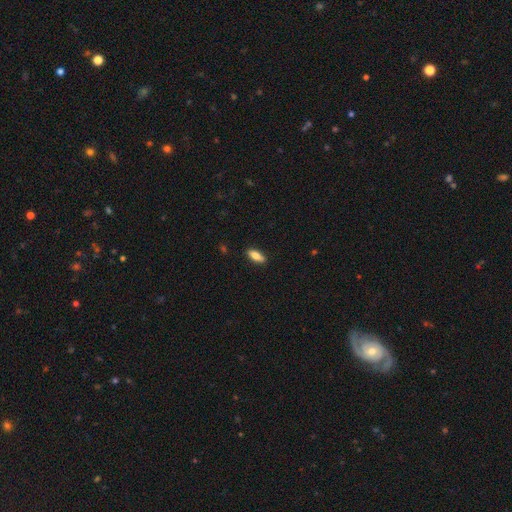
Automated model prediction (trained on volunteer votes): Smooth or featured? Predicted: smooth (p=0.83). How rounded? Predicted: in between (p=0.75). Merging? Predicted: none (p=0.87).